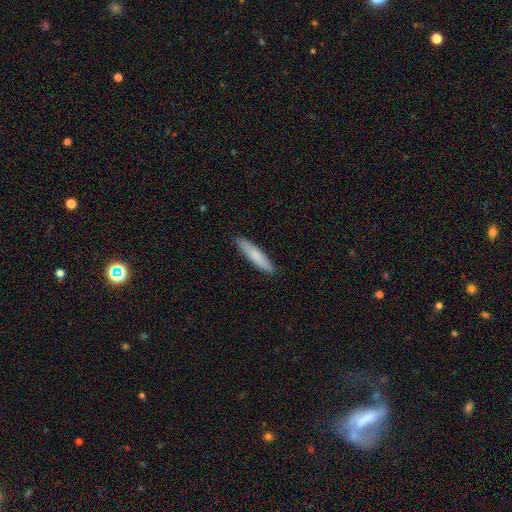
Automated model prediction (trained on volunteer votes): smooth_or_featured: smooth (p=0.81) [alt: featured or disk p=0.14]
how_rounded: cigar-shaped (p=0.87) [alt: in between p=0.12]
merging: none (p=0.90) [alt: minor disturbance p=0.07]